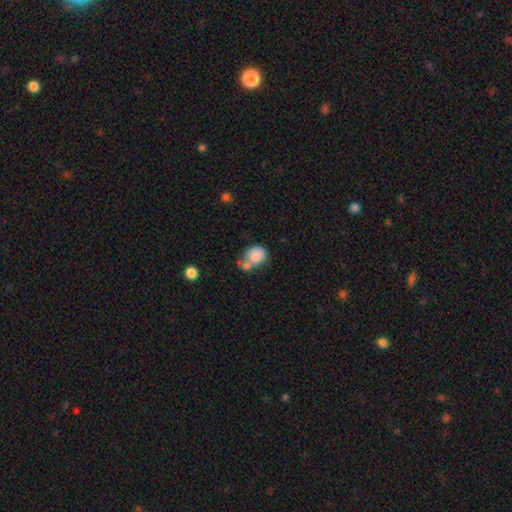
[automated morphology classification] type=smooth (82%); roundness=round (52%); merging=merger (40%).